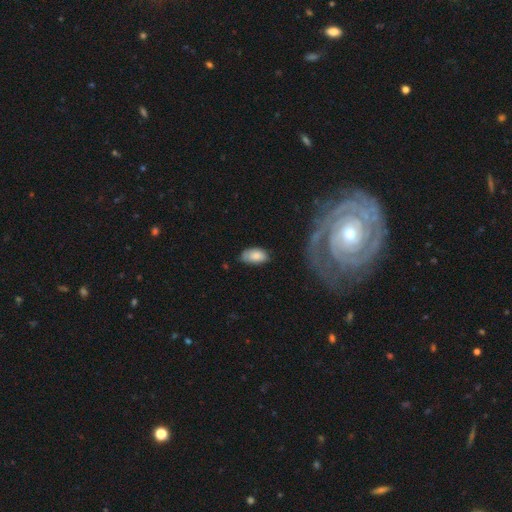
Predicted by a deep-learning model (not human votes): Q: Smooth or featured?
A: smooth (80%); runner-up: featured or disk (13%)
Q: How rounded?
A: in between (94%); runner-up: round (3%)
Q: Merging?
A: none (63%); runner-up: minor disturbance (28%)